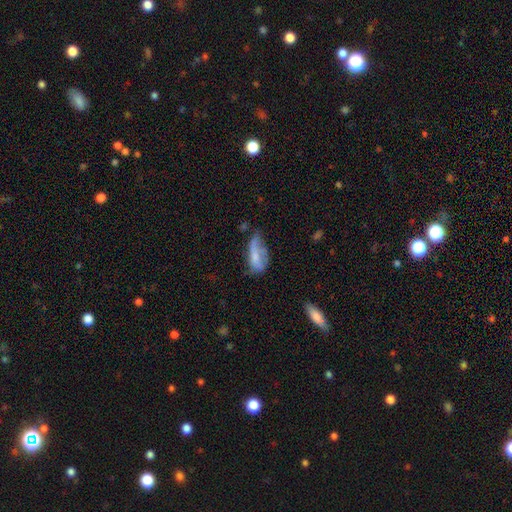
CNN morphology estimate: smooth-or-featured: smooth: 60% | featured or disk: 31% | star or artifact: 9%
  how-rounded: in between: 80% | cigar-shaped: 17% | round: 3%
  merging: major disturbance: 34% | minor disturbance: 33% | none: 26% | merger: 7%